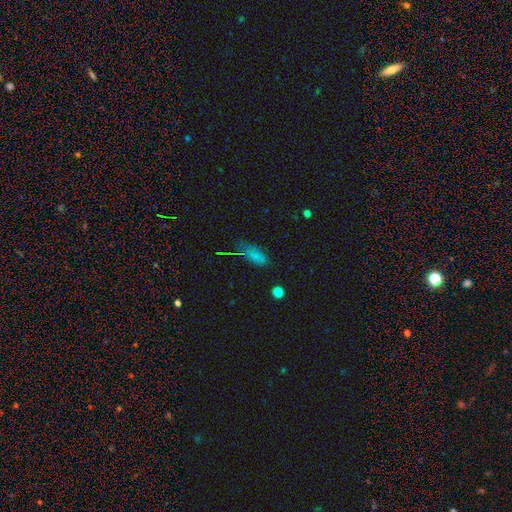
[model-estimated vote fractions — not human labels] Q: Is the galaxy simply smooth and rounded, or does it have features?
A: smooth — 75%.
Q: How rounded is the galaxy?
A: in between — 79%.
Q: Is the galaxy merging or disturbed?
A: none — 62%.